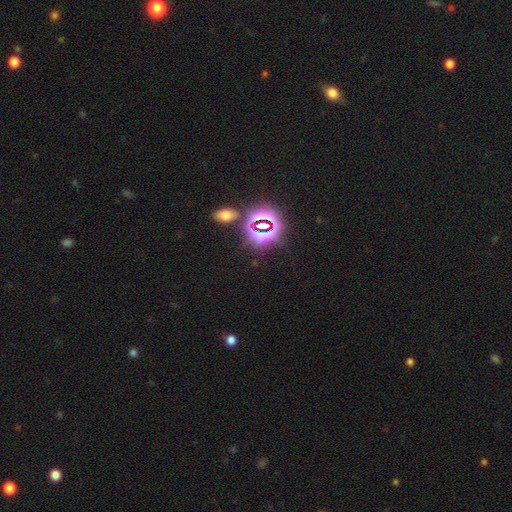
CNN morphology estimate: Smooth or featured? star or artifact (81%)